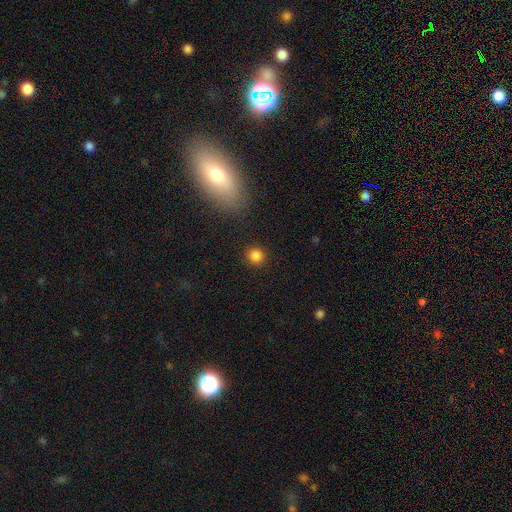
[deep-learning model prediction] A smooth galaxy with no disk features (84%) that is round (92%).

Vote fractions:
- Smooth or featured? smooth: 84% / star or artifact: 12% / featured or disk: 4%
- How rounded? round: 92% / in between: 7% / cigar-shaped: 1%
- Merging? none: 91% / minor disturbance: 5% / major disturbance: 2% / merger: 2%